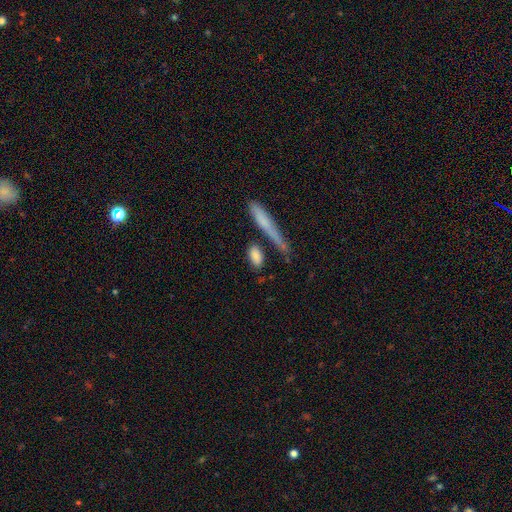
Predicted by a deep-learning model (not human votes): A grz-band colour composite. It shows a smooth galaxy with no disk features (82%) that is in between round and cigar-shaped (71%). Merging: none (69%).